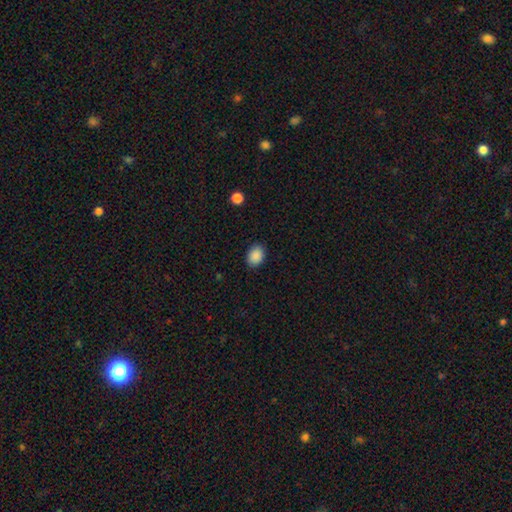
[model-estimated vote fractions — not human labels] Smooth or featured? Predicted: smooth (p=0.89). How rounded? Predicted: in between (p=0.66). Merging? Predicted: none (p=0.87).